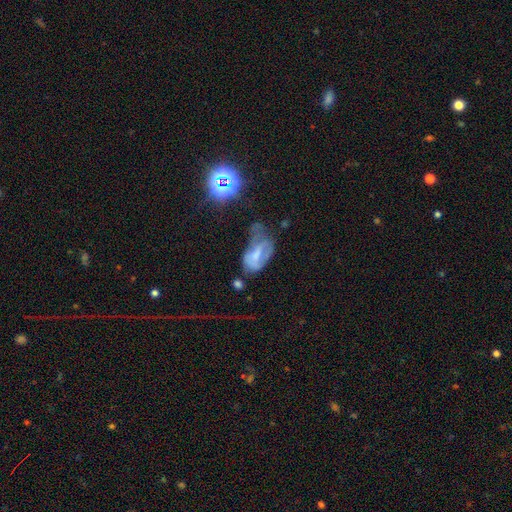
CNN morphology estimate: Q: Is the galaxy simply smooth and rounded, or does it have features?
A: featured or disk — 44%.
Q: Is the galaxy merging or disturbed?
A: major disturbance — 41%.